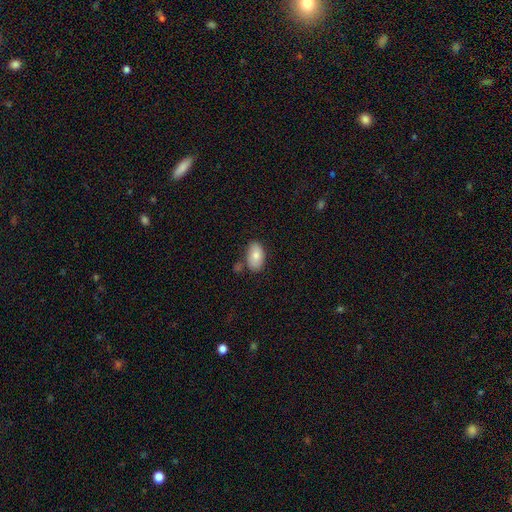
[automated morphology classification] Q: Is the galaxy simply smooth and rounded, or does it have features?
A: smooth — 81%.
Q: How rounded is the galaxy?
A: in between — 94%.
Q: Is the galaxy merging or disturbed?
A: none — 74%.